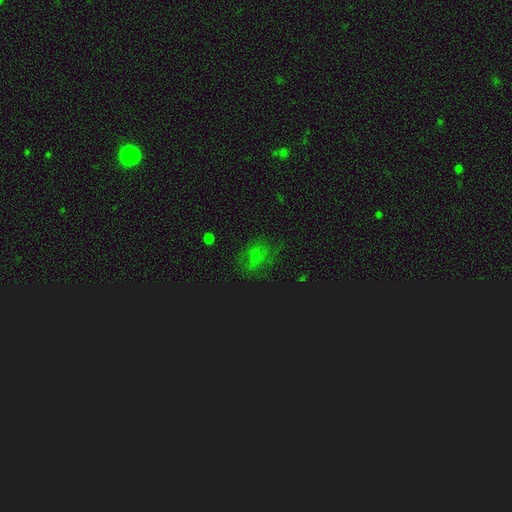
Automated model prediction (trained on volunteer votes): smooth_or_featured: smooth (p=0.47) [alt: star or artifact p=0.34]
merging: none (p=0.58) [alt: minor disturbance p=0.23]